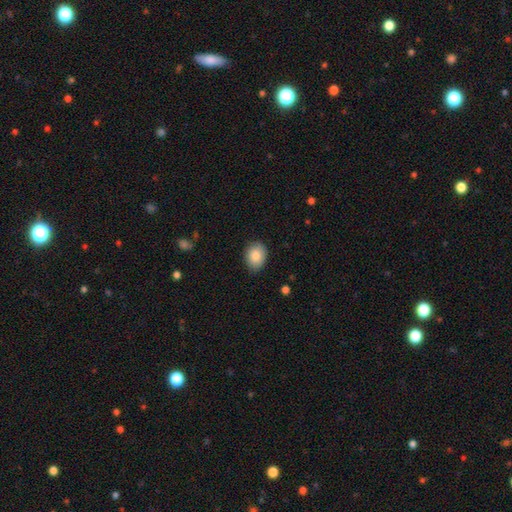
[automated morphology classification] This appears to be a smooth galaxy with no disk features (87%) that is in between round and cigar-shaped (63%). Merging: none (83%).